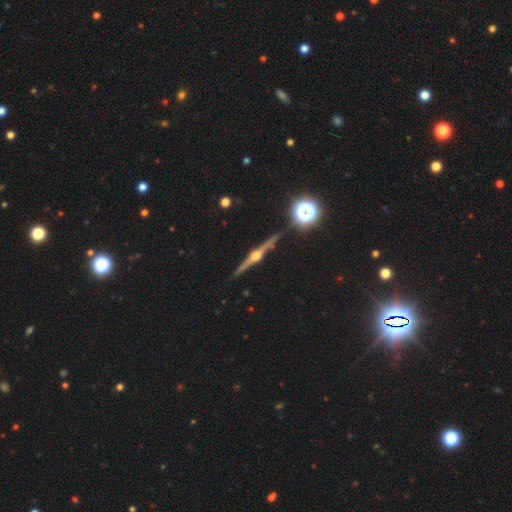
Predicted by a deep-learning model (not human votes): Smooth or featured? Predicted: featured or disk (p=0.86). Edge-on disk? Predicted: yes (p=0.98). Edge-on bulge? Predicted: rounded (p=0.95). Merging? Predicted: none (p=0.89).